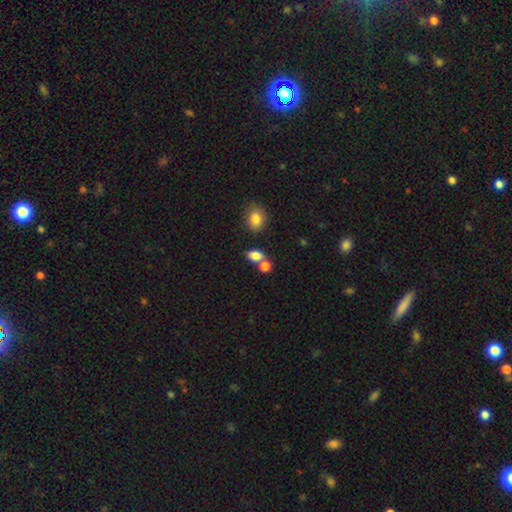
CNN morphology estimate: This appears to be a smooth galaxy with no disk features (82%) that is in between round and cigar-shaped (74%). Merging: none (51%).